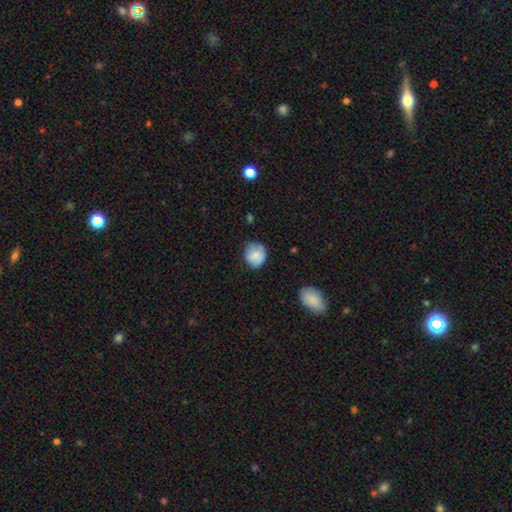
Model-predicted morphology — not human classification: Smooth or featured?
  - smooth: 79% *
  - featured or disk: 13%
  - star or artifact: 8%
How rounded?
  - round: 78% *
  - in between: 21%
  - cigar-shaped: 1%
Merging?
  - none: 70% *
  - minor disturbance: 24%
  - major disturbance: 4%
  - merger: 1%